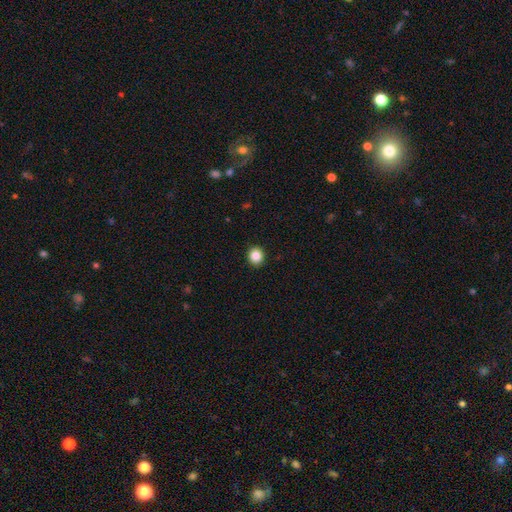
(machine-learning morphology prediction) Smooth or featured? smooth (86%)
How rounded? round (87%)
Merging? none (93%)